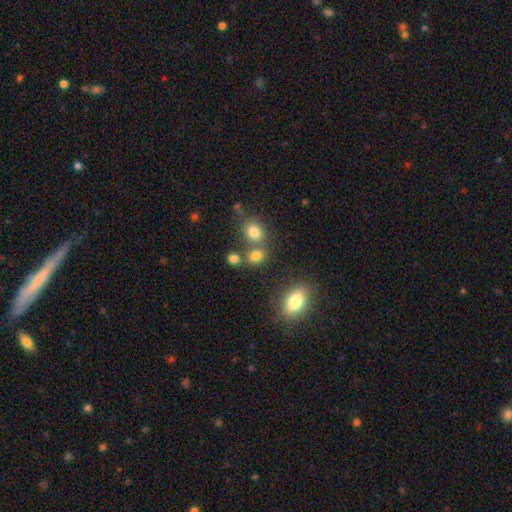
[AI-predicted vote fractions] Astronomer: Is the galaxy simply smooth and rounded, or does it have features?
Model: smooth — 79%.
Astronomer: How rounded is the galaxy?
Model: round — 67%.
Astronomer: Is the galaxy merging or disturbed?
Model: none — 59%.